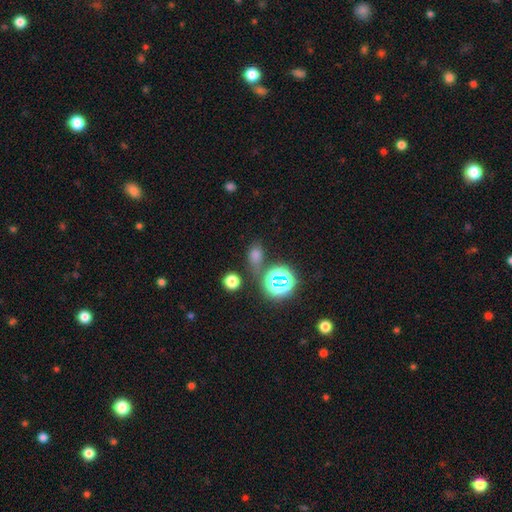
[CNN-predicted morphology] type=smooth (57%); roundness=in between (62%); merging=none (68%).